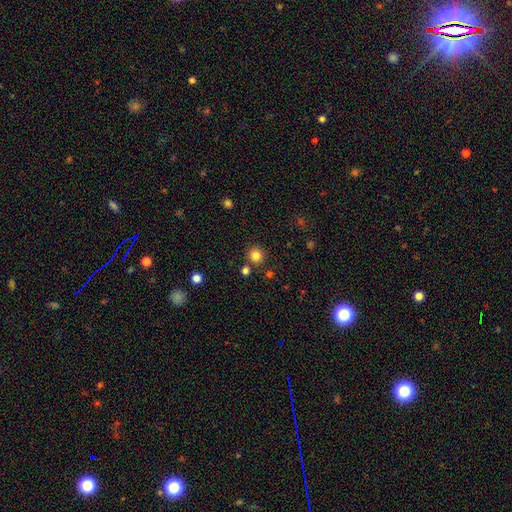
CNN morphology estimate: smooth-or-featured: smooth: 83% | star or artifact: 13% | featured or disk: 5%
  how-rounded: round: 93% | in between: 6% | cigar-shaped: 1%
  merging: none: 85% | minor disturbance: 7% | merger: 6% | major disturbance: 2%